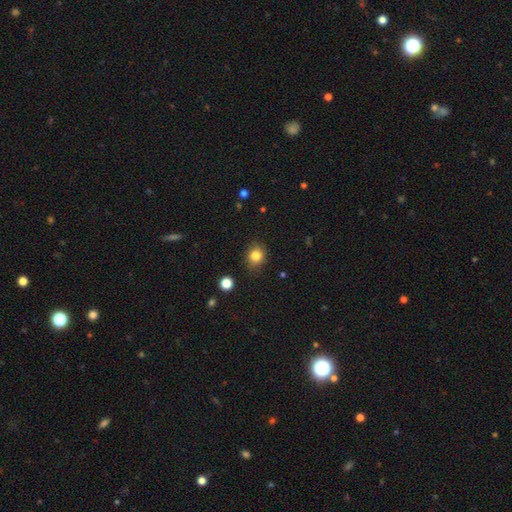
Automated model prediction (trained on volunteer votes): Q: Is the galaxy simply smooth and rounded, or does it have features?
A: smooth — 83%.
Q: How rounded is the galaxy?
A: round — 71%.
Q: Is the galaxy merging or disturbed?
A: none — 83%.